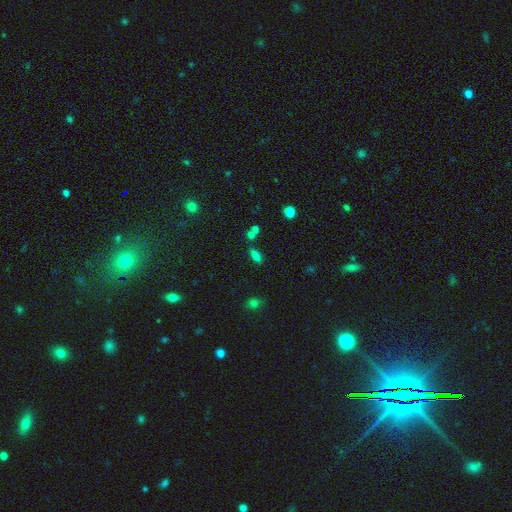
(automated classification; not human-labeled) A smooth galaxy with no disk features (69%) that is in between round and cigar-shaped (72%). Merging: none (65%).